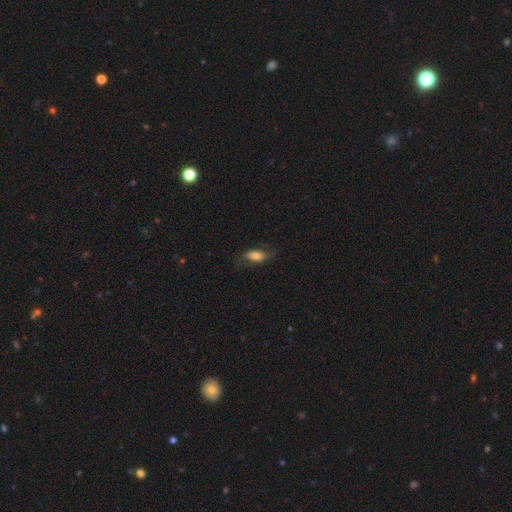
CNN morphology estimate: Overall: smooth (66%; featured or disk 26%). How rounded: in between (86%). Merging: none (66%).